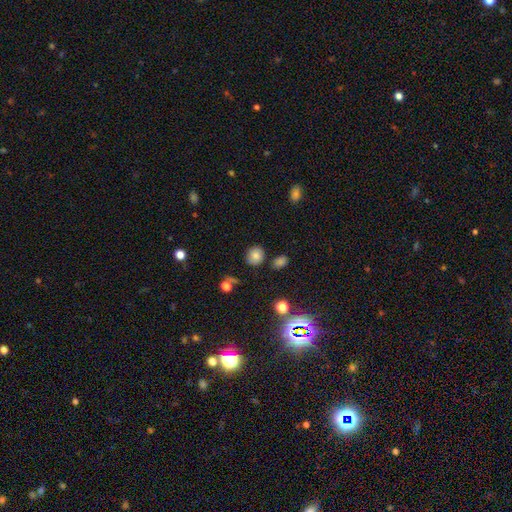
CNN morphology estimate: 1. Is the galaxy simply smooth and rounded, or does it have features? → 79% smooth, 13% star or artifact, 8% featured or disk.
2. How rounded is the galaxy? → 78% round, 21% in between, 1% cigar-shaped.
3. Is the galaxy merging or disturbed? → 81% none, 11% minor disturbance, 4% merger, 3% major disturbance.